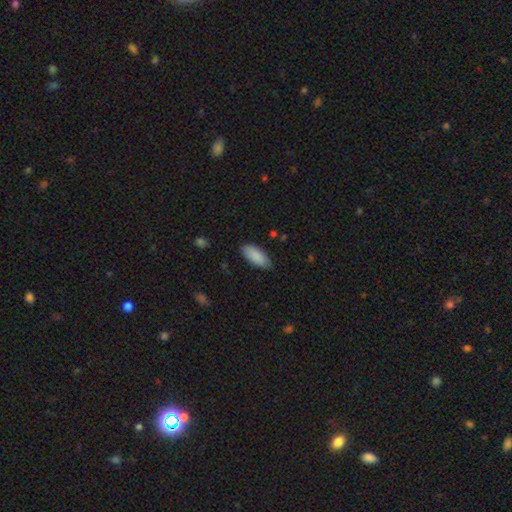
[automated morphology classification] The model was most divided on "how rounded": in between: 85%, cigar-shaped: 13%, round: 2%. More confident: smooth or featured — smooth (89%); merging — none (85%).